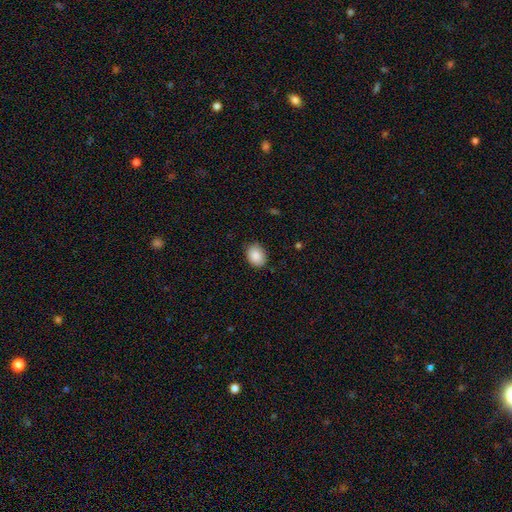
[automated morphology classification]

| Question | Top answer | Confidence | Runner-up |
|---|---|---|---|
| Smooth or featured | smooth | 88% | star or artifact (7%) |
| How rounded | in between | 66% | round (33%) |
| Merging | none | 86% | minor disturbance (11%) |